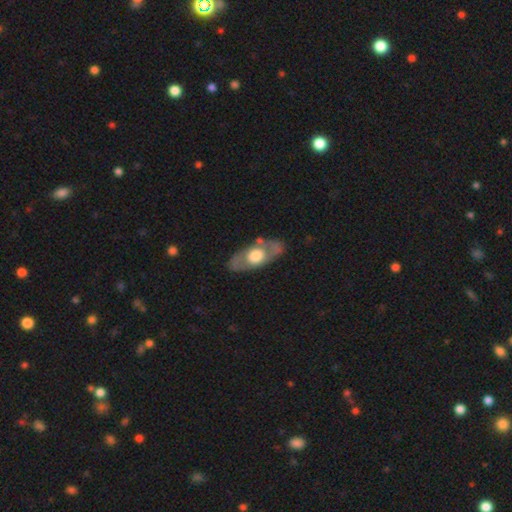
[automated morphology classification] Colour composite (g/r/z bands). It shows a featured or disk galaxy (57%). Merging: none (79%).